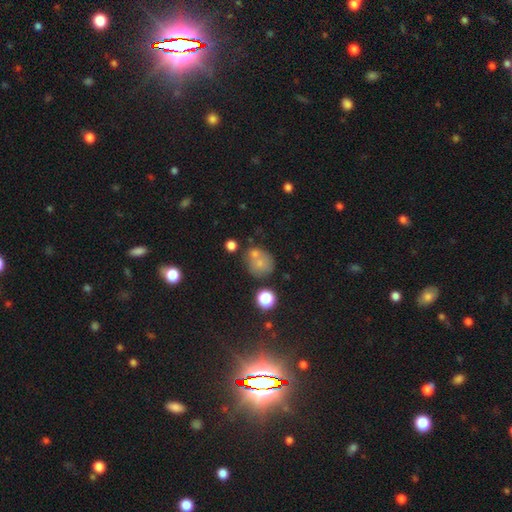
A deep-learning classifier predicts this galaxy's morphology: A smooth galaxy with no disk features (59%) that is round (81%).

Vote fractions:
- Smooth or featured? smooth: 59% / star or artifact: 25% / featured or disk: 16%
- How rounded? round: 81% / in between: 18% / cigar-shaped: 1%
- Merging? none: 60% / merger: 22% / minor disturbance: 12% / major disturbance: 5%